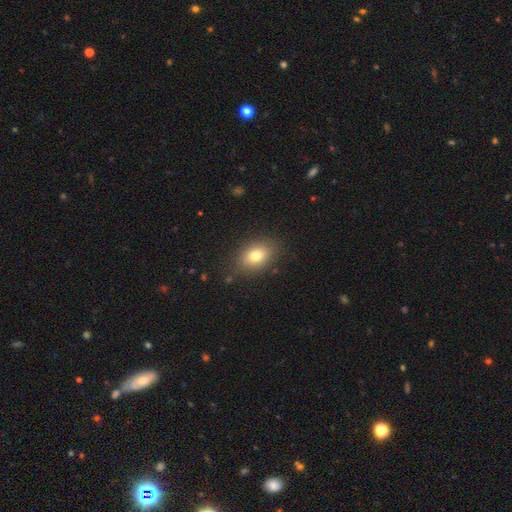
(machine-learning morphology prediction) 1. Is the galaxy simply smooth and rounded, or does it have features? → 77% smooth, 12% featured or disk, 10% star or artifact.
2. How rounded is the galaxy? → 79% in between, 20% round, 2% cigar-shaped.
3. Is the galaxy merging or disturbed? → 84% none, 11% minor disturbance, 3% major disturbance, 1% merger.